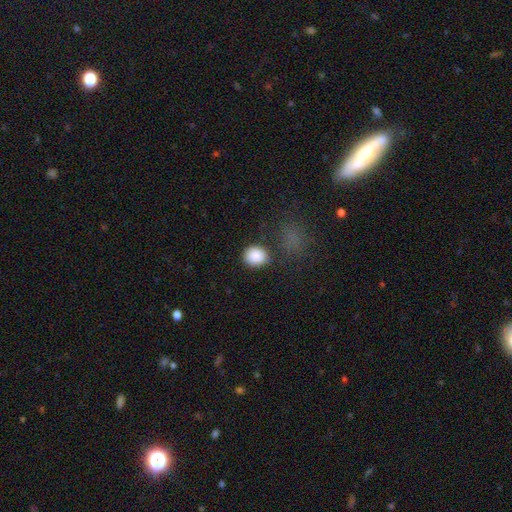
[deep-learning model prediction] Overall: smooth (88%). How rounded: round (77%). Merging: none (77%).